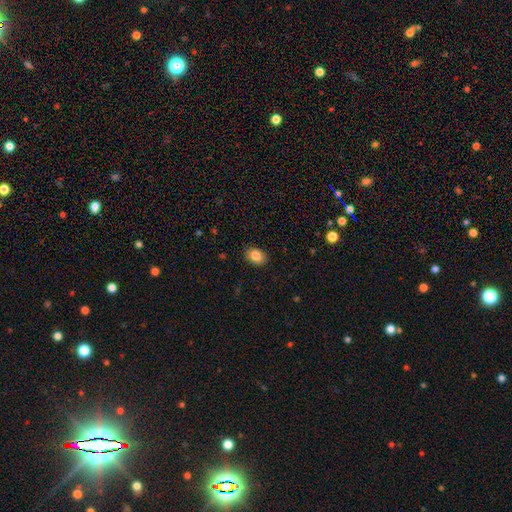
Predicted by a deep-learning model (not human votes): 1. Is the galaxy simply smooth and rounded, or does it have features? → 86% smooth, 8% star or artifact, 6% featured or disk.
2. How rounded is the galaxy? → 77% in between, 21% round, 1% cigar-shaped.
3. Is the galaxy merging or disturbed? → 87% none, 10% minor disturbance, 2% major disturbance, 1% merger.